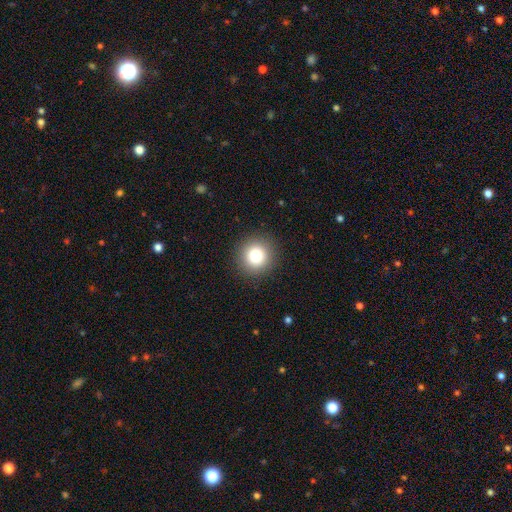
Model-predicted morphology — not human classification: A smooth galaxy with no disk features (80%) that is round (94%). Merging: none (92%).